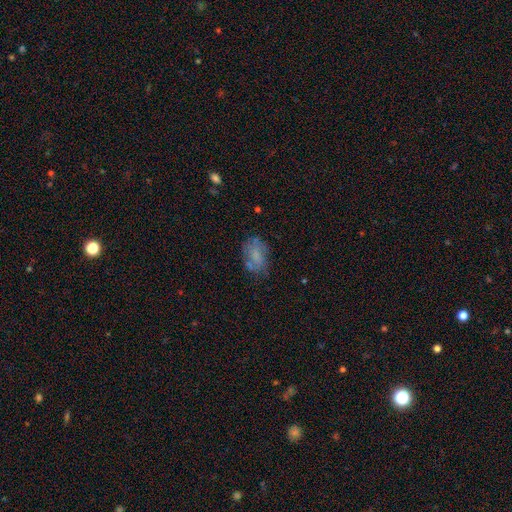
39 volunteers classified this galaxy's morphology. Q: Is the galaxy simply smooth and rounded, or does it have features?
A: smooth — 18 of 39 (46%).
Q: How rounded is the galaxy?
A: in between — 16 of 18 (89%).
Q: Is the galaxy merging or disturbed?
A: none — 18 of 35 (51%).